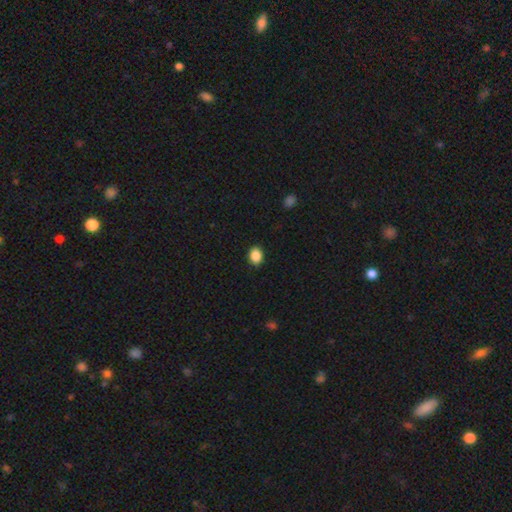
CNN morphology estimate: smooth 88%, star or artifact 9%, featured or disk 3%. Down the decision tree: how rounded — in between (53%); merging — none (89%).